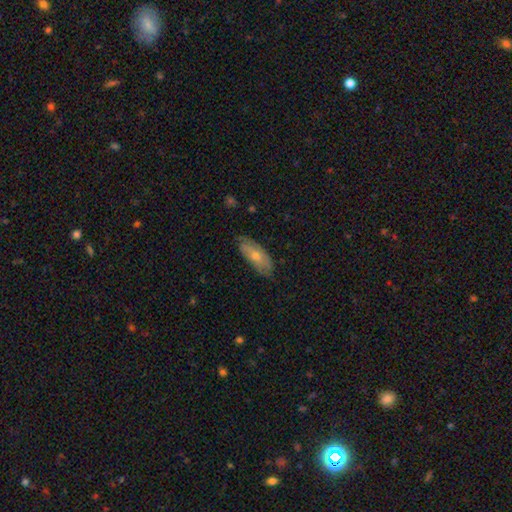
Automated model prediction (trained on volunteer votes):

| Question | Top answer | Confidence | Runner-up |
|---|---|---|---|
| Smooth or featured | smooth | 55% | featured or disk (39%) |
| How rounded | in between | 75% | cigar-shaped (22%) |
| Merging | none | 77% | minor disturbance (18%) |